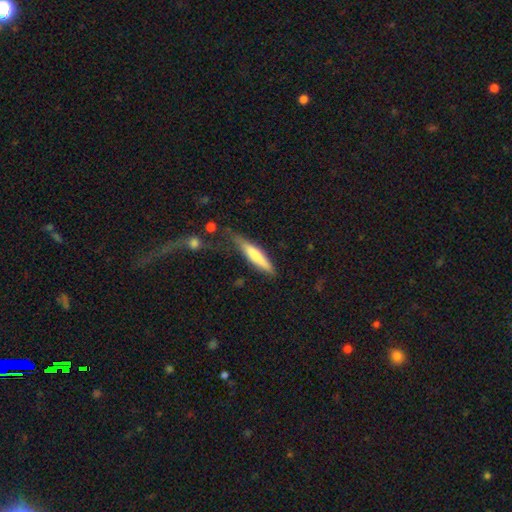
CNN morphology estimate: Smooth or featured?
  - smooth: 71% *
  - featured or disk: 23%
  - star or artifact: 6%
How rounded?
  - cigar-shaped: 86% *
  - in between: 12%
  - round: 1%
Merging?
  - none: 64% *
  - minor disturbance: 25%
  - major disturbance: 8%
  - merger: 4%